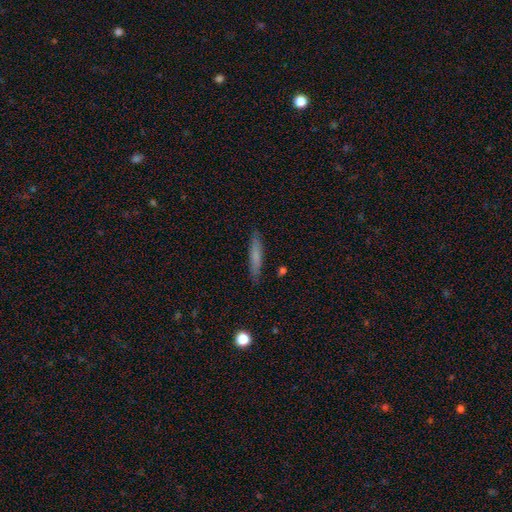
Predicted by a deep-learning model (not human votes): The model was most divided on "smooth or featured": smooth: 69%, featured or disk: 24%, star or artifact: 7%. More confident: how rounded — cigar-shaped (92%); merging — none (87%).